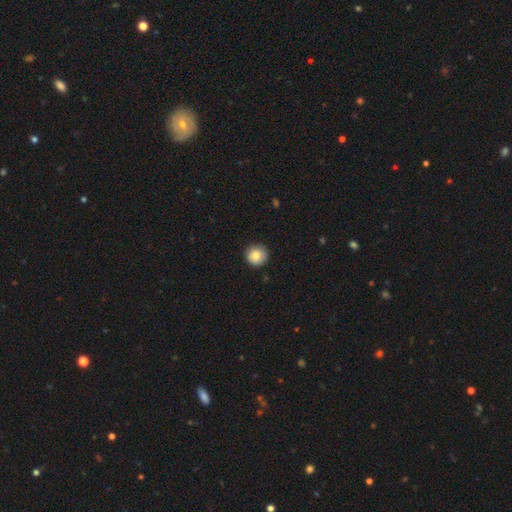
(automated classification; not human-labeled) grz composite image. It shows a smooth galaxy with no disk features (85%) that is round (93%). Merging: none (88%).